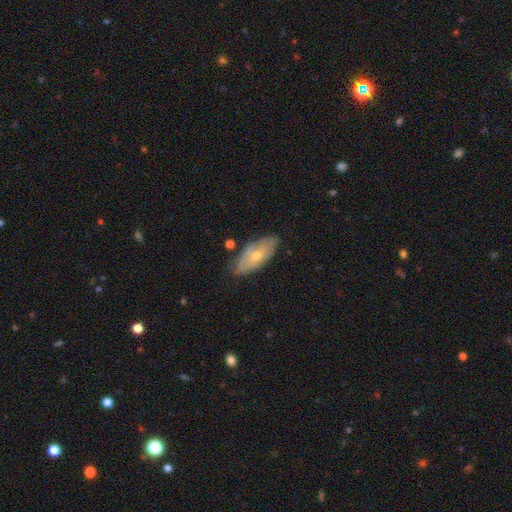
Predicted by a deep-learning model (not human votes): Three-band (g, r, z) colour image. It shows a smooth galaxy with no disk features (49%). Merging: none (77%).